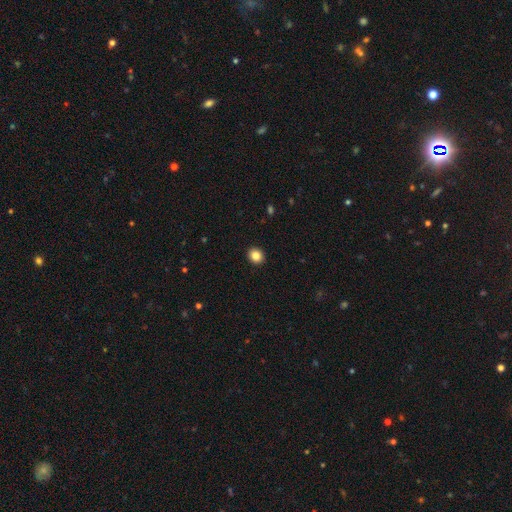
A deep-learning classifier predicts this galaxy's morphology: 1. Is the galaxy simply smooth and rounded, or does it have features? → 85% smooth, 10% star or artifact, 5% featured or disk.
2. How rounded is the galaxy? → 75% round, 24% in between, 1% cigar-shaped.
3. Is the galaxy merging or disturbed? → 93% none, 5% minor disturbance, 1% major disturbance, 1% merger.